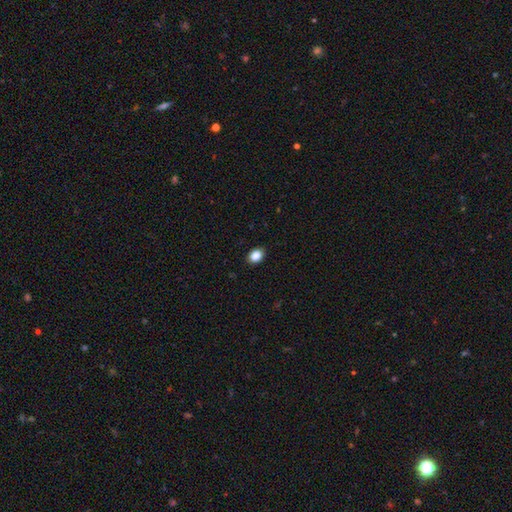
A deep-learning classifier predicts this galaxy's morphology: Smooth or featured: smooth — 87% (star or artifact — 9%)
How rounded: in between — 70% (round — 28%)
Merging: none — 89% (minor disturbance — 8%)